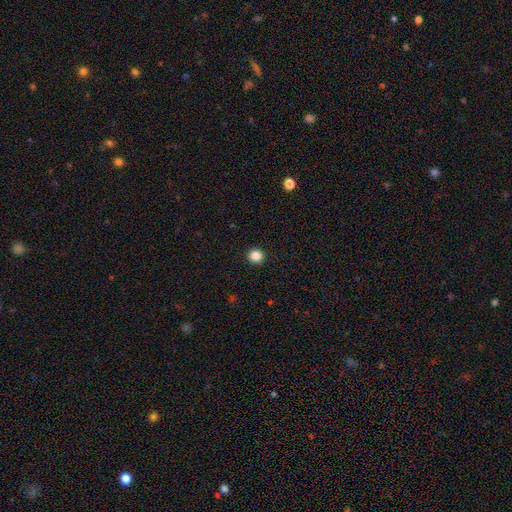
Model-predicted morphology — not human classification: Q: Smooth or featured?
A: smooth (86%); runner-up: star or artifact (11%)
Q: How rounded?
A: round (93%); runner-up: in between (6%)
Q: Merging?
A: none (93%); runner-up: minor disturbance (4%)